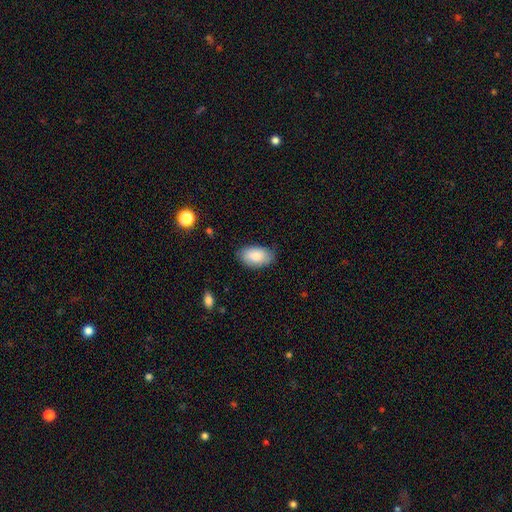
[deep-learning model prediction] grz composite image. It shows a smooth galaxy with no disk features (86%) that is in between round and cigar-shaped (94%). Merging: none (78%).